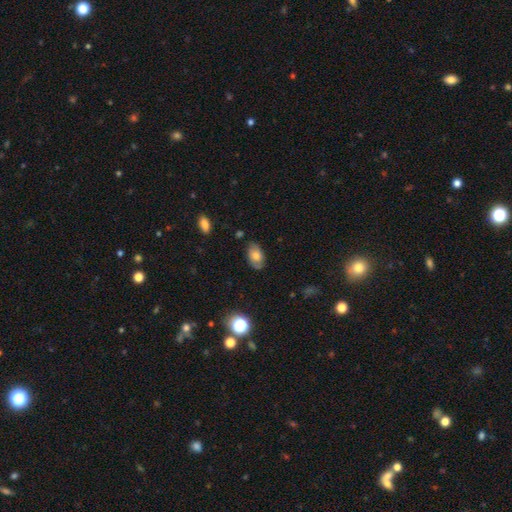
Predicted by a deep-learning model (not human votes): Smooth or featured?
  - smooth: 63% *
  - featured or disk: 27%
  - star or artifact: 10%
How rounded?
  - in between: 90% *
  - round: 8%
  - cigar-shaped: 2%
Merging?
  - none: 76% *
  - minor disturbance: 18%
  - major disturbance: 4%
  - merger: 2%